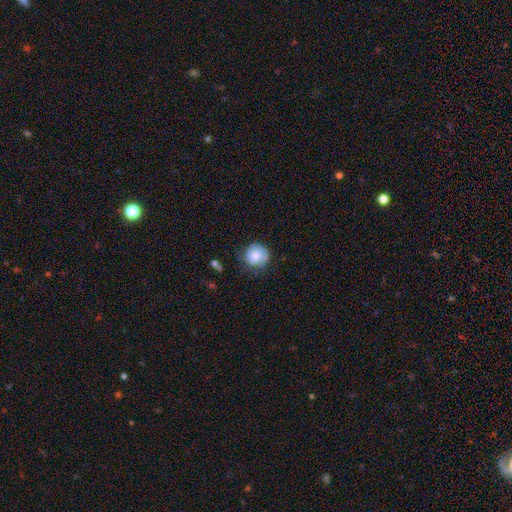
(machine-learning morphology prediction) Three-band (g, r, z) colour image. It shows a smooth galaxy with no disk features (79%) that is round (90%). Merging: none (67%).